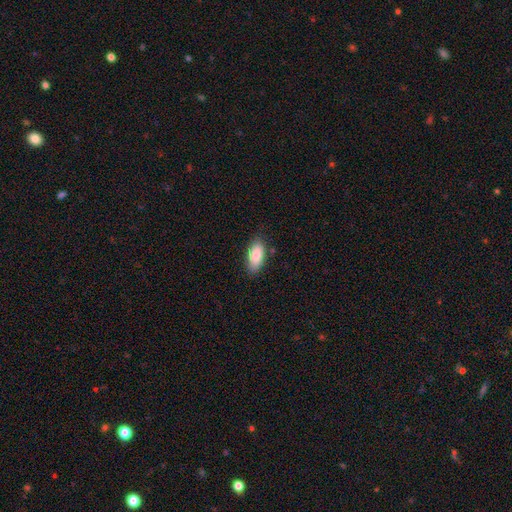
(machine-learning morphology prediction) A smooth galaxy with no disk features (84%) that is in between round and cigar-shaped (91%). Merging: none (79%).